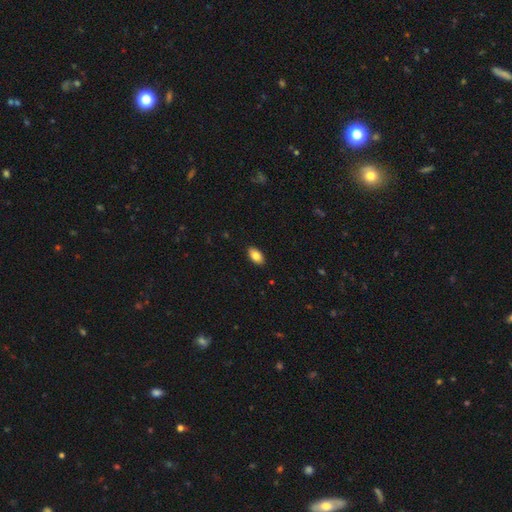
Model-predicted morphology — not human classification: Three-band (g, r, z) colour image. It shows a smooth galaxy with no disk features (84%) that is in between round and cigar-shaped (93%). Merging: none (90%).